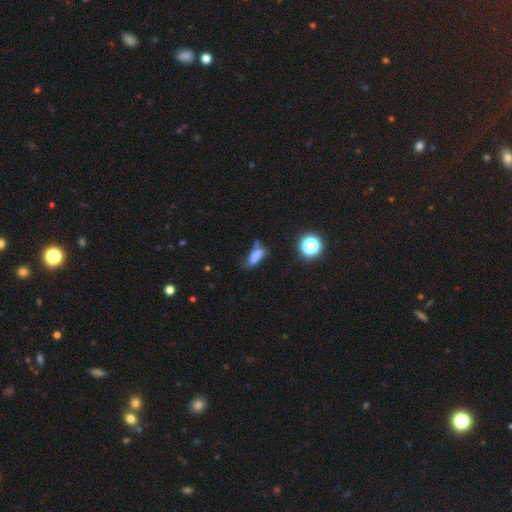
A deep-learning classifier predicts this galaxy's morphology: A smooth galaxy with no disk features (74%) that is in between round and cigar-shaped (78%). Merging: none (46%).